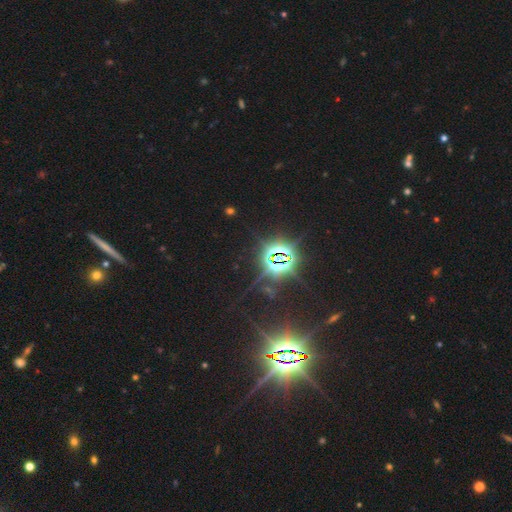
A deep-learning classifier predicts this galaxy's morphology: A star or artifact, not a galaxy (85%).

Vote fractions:
- Smooth or featured? star or artifact: 85% / smooth: 9% / featured or disk: 7%